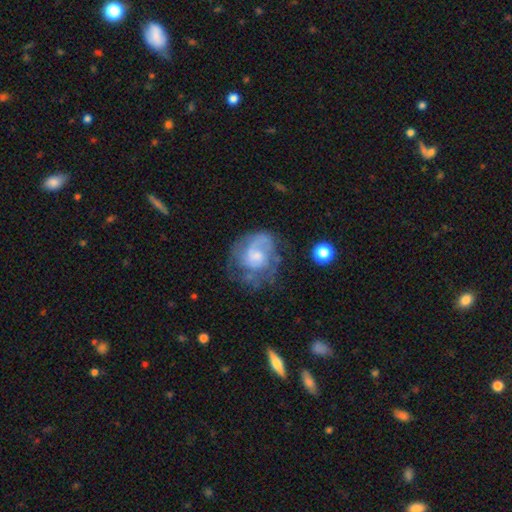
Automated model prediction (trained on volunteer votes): Overall: featured or disk (67%). Edge-on disk: no (98%). Bar: no (70%). Spiral arms: yes (79%). Spiral arm count: 1 (31%; 2 29%). Spiral winding: tight (42%; medium 38%). Bulge size: small (42%; moderate 39%). Merging: none (52%; minor disturbance 23%).